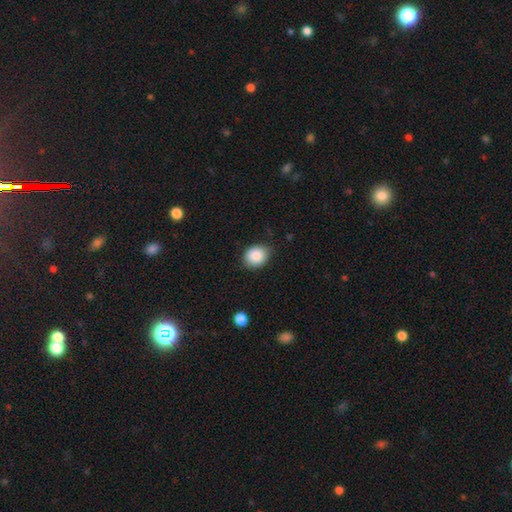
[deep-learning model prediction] A smooth galaxy with no disk features (88%) that is round (58%).

Vote fractions:
- Smooth or featured? smooth: 88% / star or artifact: 8% / featured or disk: 4%
- How rounded? round: 58% / in between: 41% / cigar-shaped: 1%
- Merging? none: 77% / minor disturbance: 18% / major disturbance: 4% / merger: 1%